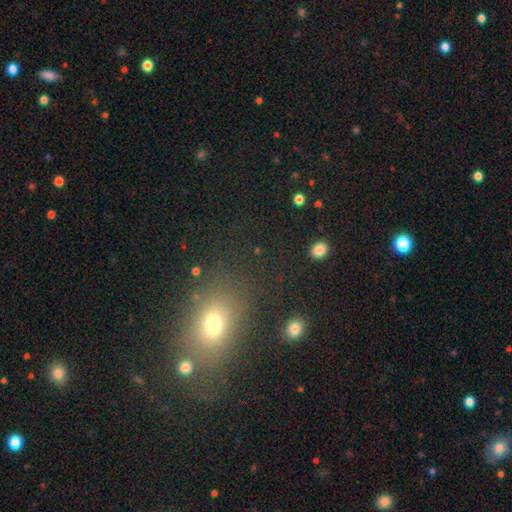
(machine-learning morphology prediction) Overall: smooth (60%; star or artifact 30%). How rounded: in between (59%; round 39%). Merging: none (81%).